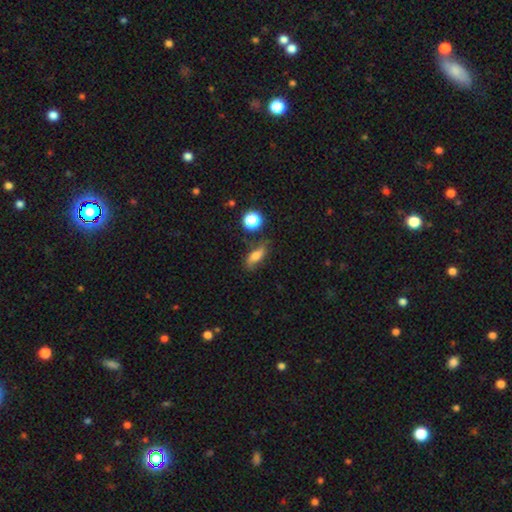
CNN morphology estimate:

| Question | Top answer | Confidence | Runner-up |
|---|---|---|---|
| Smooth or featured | smooth | 60% | featured or disk (28%) |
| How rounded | in between | 61% | cigar-shaped (29%) |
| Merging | none | 68% | minor disturbance (21%) |